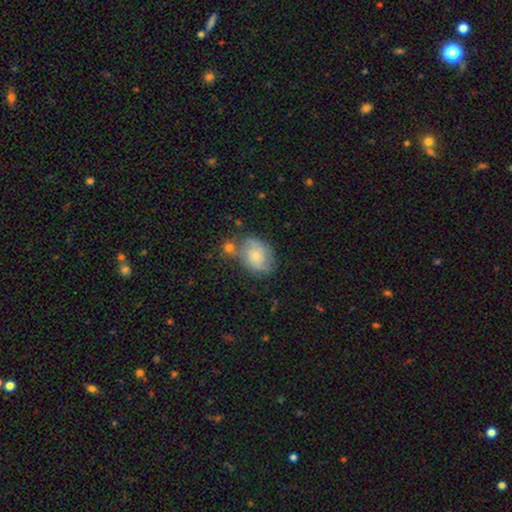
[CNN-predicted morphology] A featured or disk galaxy (49%). Merging: none (53%).